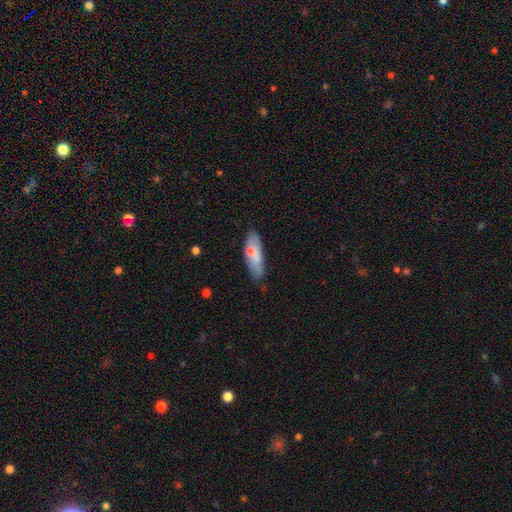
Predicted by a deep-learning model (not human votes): smooth 58%, featured or disk 35%, star or artifact 7%. Down the decision tree: how rounded — in between (55%); merging — none (64%).